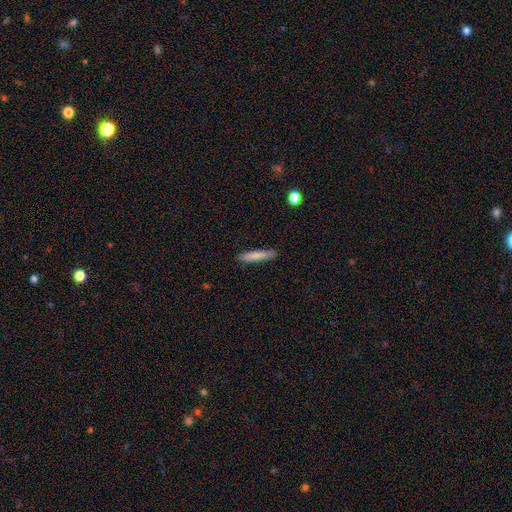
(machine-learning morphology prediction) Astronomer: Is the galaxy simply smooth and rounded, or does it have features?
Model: smooth — 79%.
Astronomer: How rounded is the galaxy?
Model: cigar-shaped — 91%.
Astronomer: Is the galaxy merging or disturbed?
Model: none — 89%.